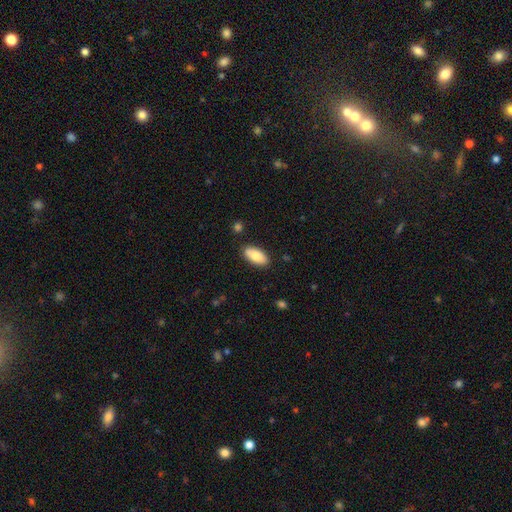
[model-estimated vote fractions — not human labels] The model was most divided on "smooth or featured": smooth: 82%, featured or disk: 11%, star or artifact: 6%. More confident: how rounded — in between (92%); merging — none (85%).